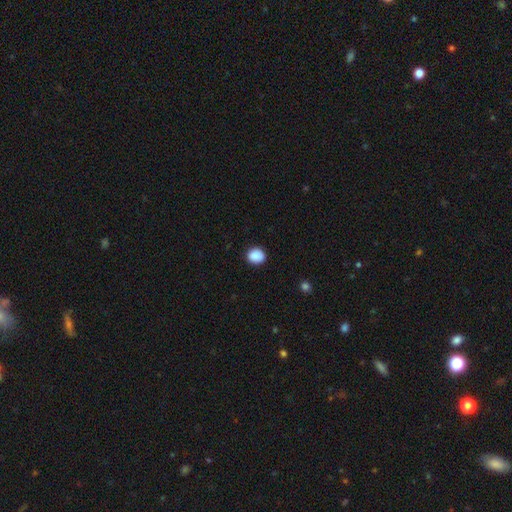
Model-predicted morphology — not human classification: smooth-or-featured: smooth: 89% | star or artifact: 8% | featured or disk: 3%
  how-rounded: round: 75% | in between: 24% | cigar-shaped: 1%
  merging: none: 88% | minor disturbance: 9% | major disturbance: 2% | merger: 1%